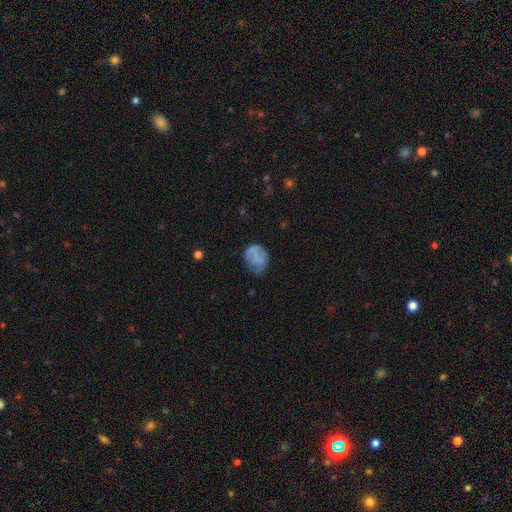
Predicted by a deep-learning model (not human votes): A smooth galaxy with no disk features (64%) that is round (60%). Merging: none (45%).